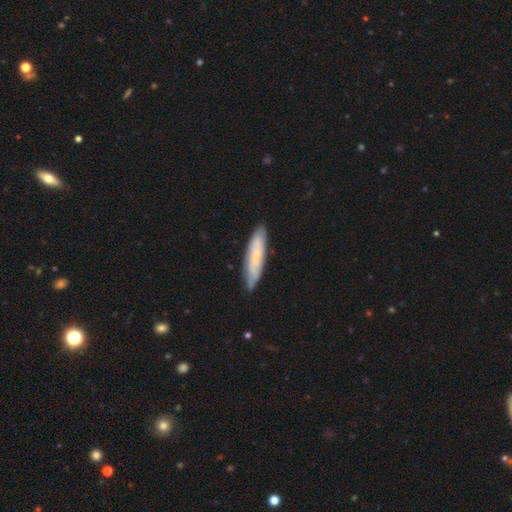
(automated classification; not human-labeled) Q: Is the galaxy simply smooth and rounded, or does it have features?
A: smooth — 61%.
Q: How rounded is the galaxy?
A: cigar-shaped — 79%.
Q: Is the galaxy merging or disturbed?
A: none — 83%.